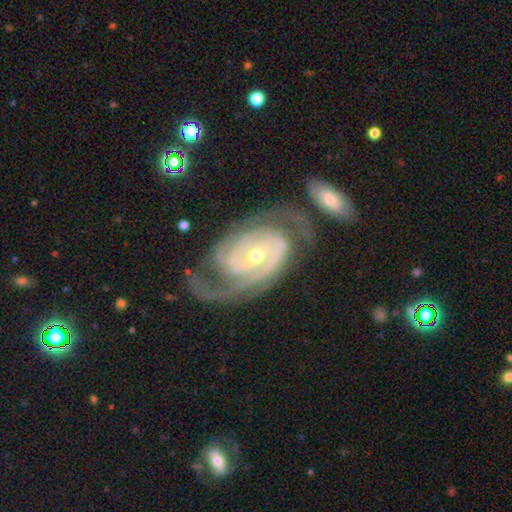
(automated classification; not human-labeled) This is clearly a featured or disk galaxy (91%). It is clearly not viewed edge-on (97%). Bar: possibly no (50%). Spiral arm pattern: clearly yes (98%). Spiral arm count: possibly 2 (58%). Spiral winding: likely tight (61%). Central bulge: possibly small (58%). Merging: possibly none (57%).